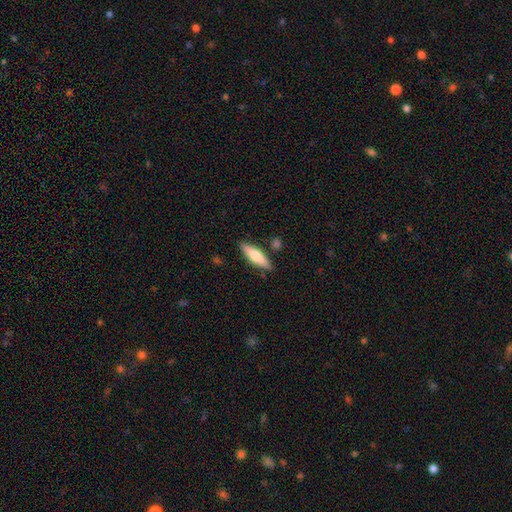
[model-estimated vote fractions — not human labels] Q: Smooth or featured?
A: smooth (67%); runner-up: featured or disk (27%)
Q: How rounded?
A: cigar-shaped (61%); runner-up: in between (37%)
Q: Merging?
A: none (83%); runner-up: minor disturbance (11%)